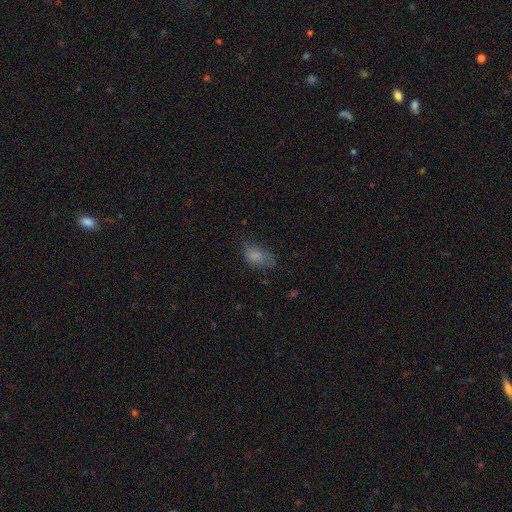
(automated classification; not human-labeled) smooth 78%, featured or disk 11%, star or artifact 11%. Down the decision tree: how rounded — in between (88%); merging — none (51%).